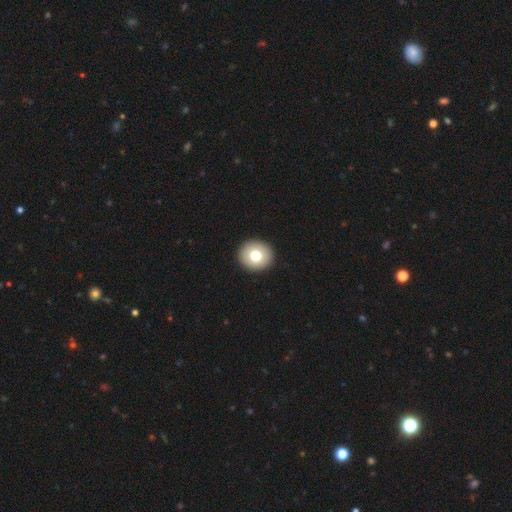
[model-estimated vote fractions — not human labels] smooth_or_featured: smooth (p=0.74) [alt: featured or disk p=0.17]
how_rounded: round (p=0.87) [alt: in between p=0.12]
merging: none (p=0.93) [alt: minor disturbance p=0.04]